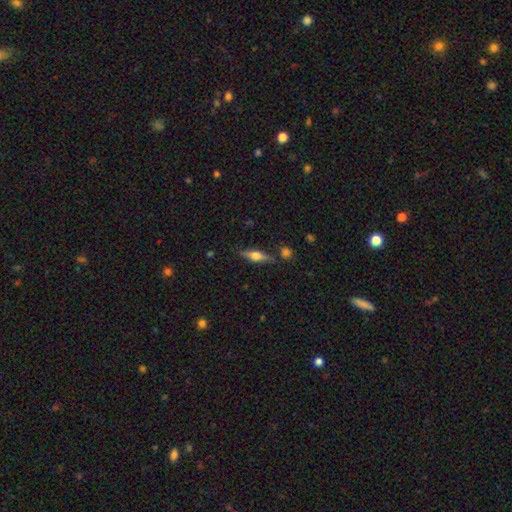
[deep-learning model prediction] This appears to be a featured or disk galaxy (55%) viewed edge-on (94%) with a rounded central bulge (91%). Merging: none (81%).